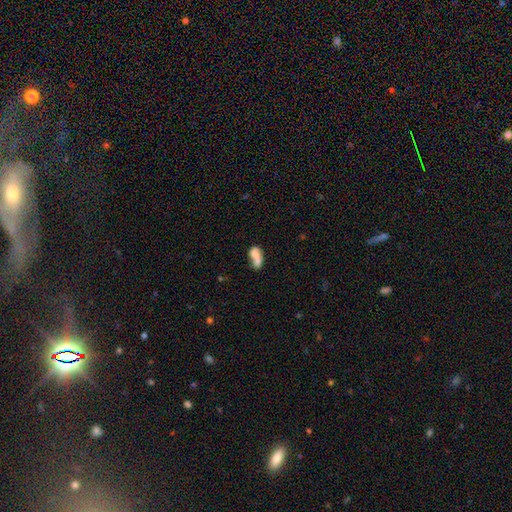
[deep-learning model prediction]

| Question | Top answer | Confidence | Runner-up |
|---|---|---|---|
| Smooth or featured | smooth | 69% | featured or disk (22%) |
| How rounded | in between | 77% | round (17%) |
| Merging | merger | 65% | none (18%) |